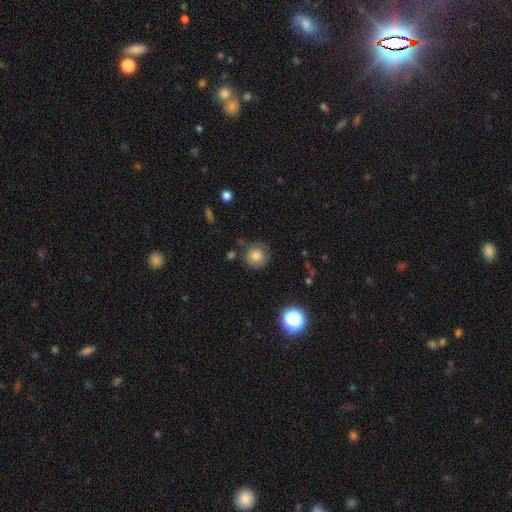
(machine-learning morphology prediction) A smooth galaxy with no disk features (79%) that is round (93%). Merging: none (78%).